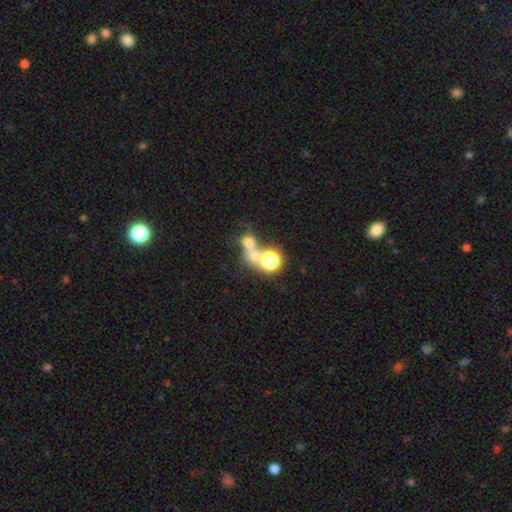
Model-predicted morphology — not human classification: The model was most divided on "merging": merger: 49%, none: 35%, major disturbance: 9%, minor disturbance: 7%. Remaining: smooth or featured — smooth (47%).